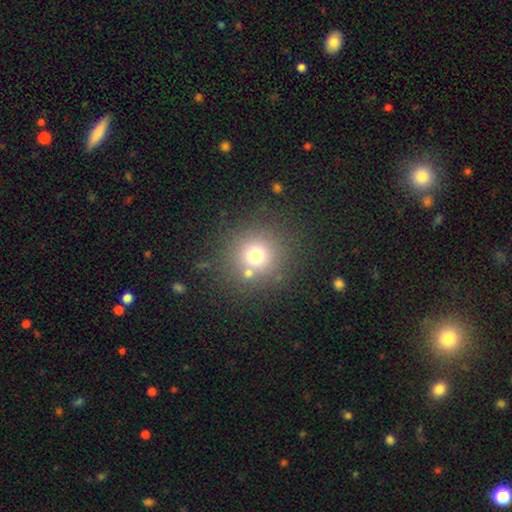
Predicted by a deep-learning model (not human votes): Q: Smooth or featured?
A: smooth (69%); runner-up: star or artifact (19%)
Q: How rounded?
A: round (93%); runner-up: in between (6%)
Q: Merging?
A: none (75%); runner-up: merger (11%)